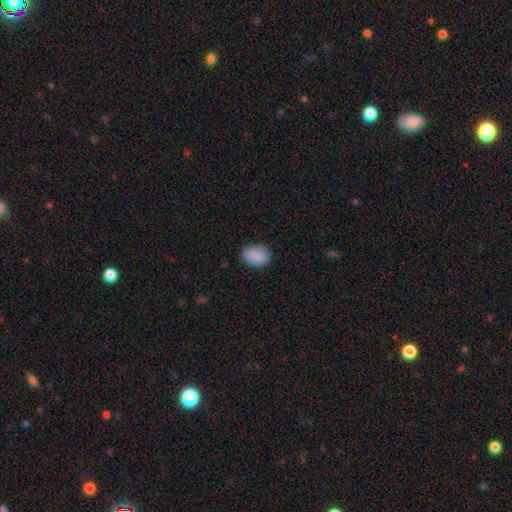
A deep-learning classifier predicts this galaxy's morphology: Smooth or featured?
  - smooth: 88% *
  - star or artifact: 8%
  - featured or disk: 4%
How rounded?
  - in between: 72% *
  - round: 27%
  - cigar-shaped: 1%
Merging?
  - none: 79% *
  - minor disturbance: 16%
  - major disturbance: 3%
  - merger: 1%